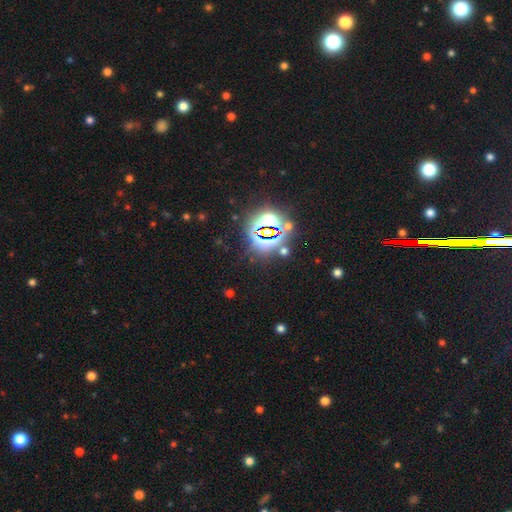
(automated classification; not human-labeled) smooth-or-featured: star or artifact: 81% | smooth: 11% | featured or disk: 9%